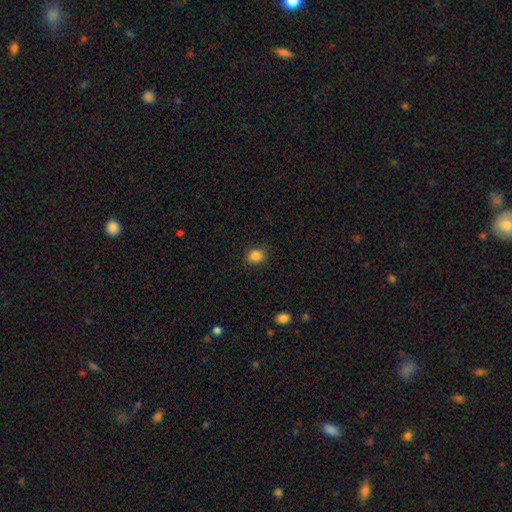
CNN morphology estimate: This is clearly a smooth galaxy (85%). How rounded: likely round (64%). Merging: clearly none (86%).